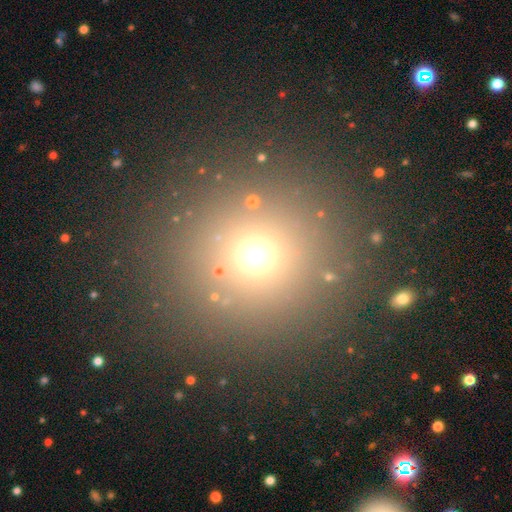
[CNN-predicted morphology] smooth 63%, star or artifact 29%, featured or disk 8%. Down the decision tree: how rounded — round (94%); merging — none (87%).